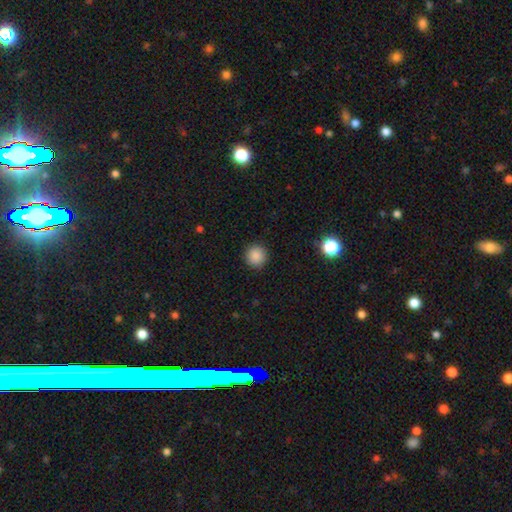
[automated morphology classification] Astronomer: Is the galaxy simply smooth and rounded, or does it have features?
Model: smooth — 87%.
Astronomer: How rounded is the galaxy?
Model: round — 95%.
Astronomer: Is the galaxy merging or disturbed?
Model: none — 92%.